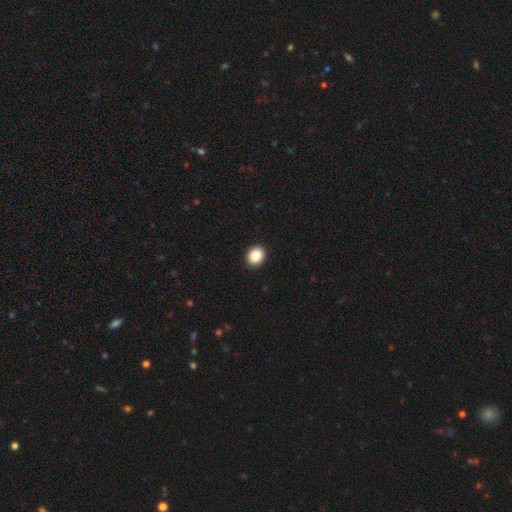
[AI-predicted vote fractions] smooth-or-featured: smooth: 87% | star or artifact: 9% | featured or disk: 4%
  how-rounded: round: 70% | in between: 29% | cigar-shaped: 1%
  merging: none: 93% | minor disturbance: 5% | major disturbance: 1% | merger: 1%